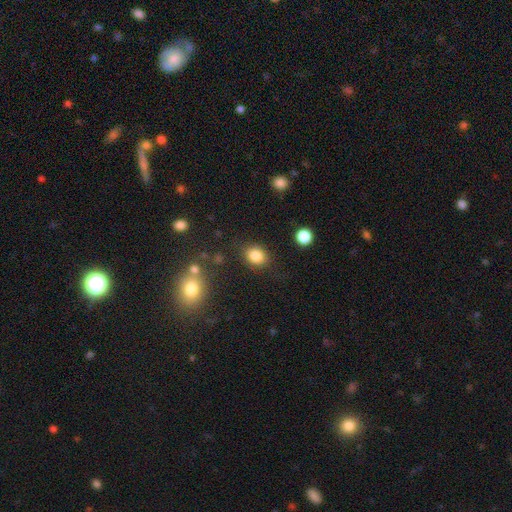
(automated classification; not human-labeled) This is clearly a smooth galaxy (84%). How rounded: possibly round (55%). Merging: clearly none (82%).